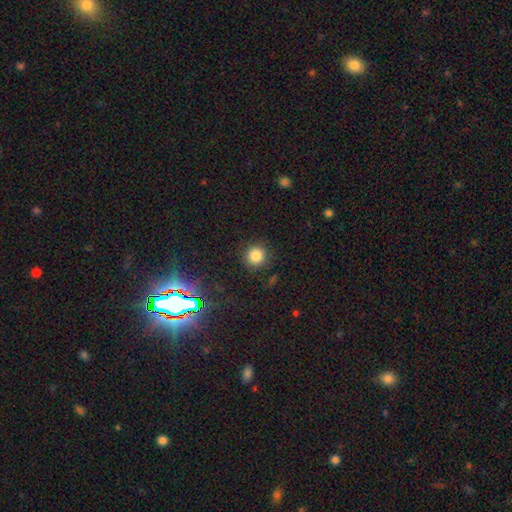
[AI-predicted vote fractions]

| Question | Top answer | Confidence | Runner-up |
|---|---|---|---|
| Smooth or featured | smooth | 82% | star or artifact (13%) |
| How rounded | round | 93% | in between (6%) |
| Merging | none | 89% | minor disturbance (7%) |